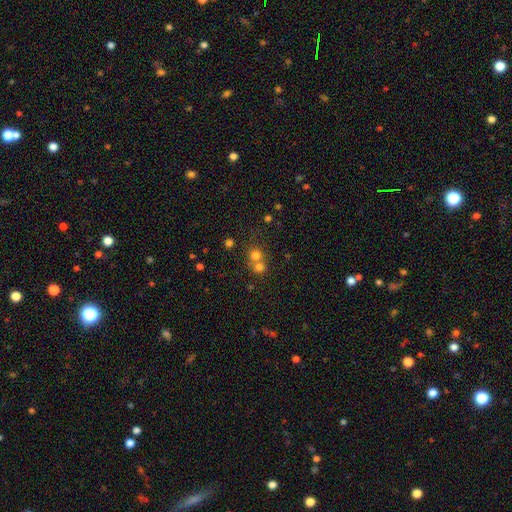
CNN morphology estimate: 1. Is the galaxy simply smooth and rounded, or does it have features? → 72% smooth, 17% star or artifact, 11% featured or disk.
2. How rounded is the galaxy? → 87% round, 12% in between, 1% cigar-shaped.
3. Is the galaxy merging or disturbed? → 49% merger, 44% none, 5% minor disturbance, 2% major disturbance.